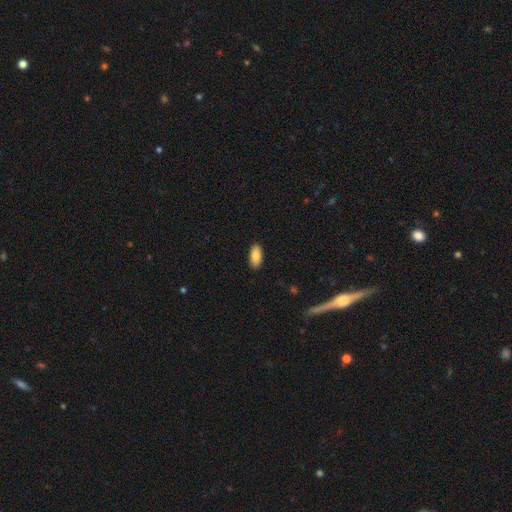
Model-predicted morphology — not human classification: The model was most divided on "smooth or featured": smooth: 83%, featured or disk: 11%, star or artifact: 7%. More confident: how rounded — in between (92%); merging — none (89%).